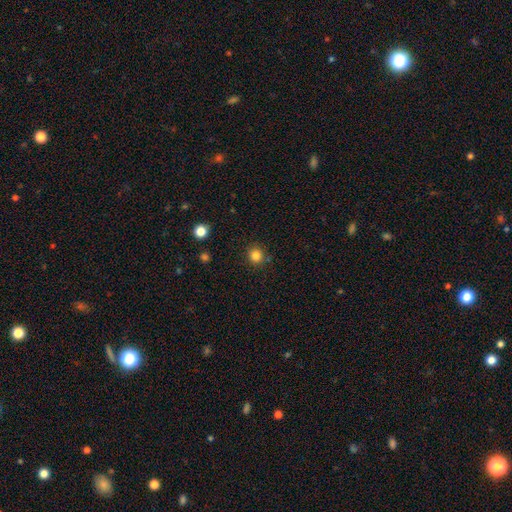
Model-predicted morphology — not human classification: Overall: smooth (83%). How rounded: round (92%). Merging: none (88%).